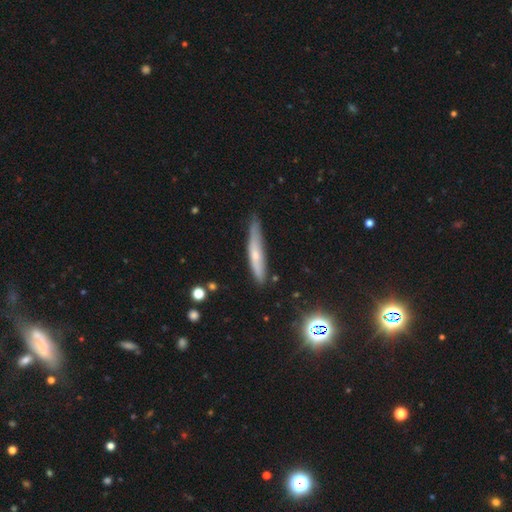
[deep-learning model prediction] Smooth or featured: smooth — 49% (featured or disk — 42%)
Merging: none — 69% (minor disturbance — 25%)